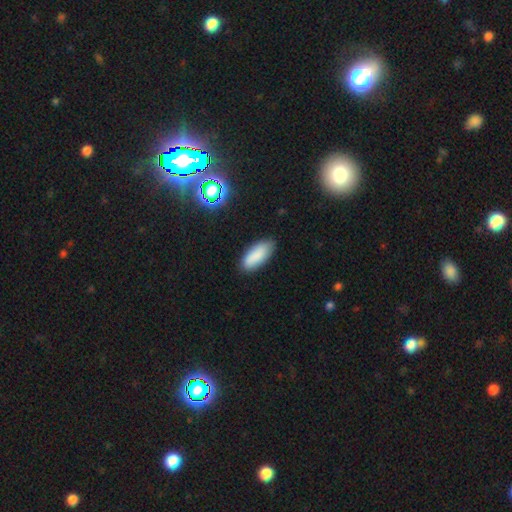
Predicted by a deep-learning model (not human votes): A smooth galaxy with no disk features (86%) that is in between round and cigar-shaped (83%). Merging: none (82%).